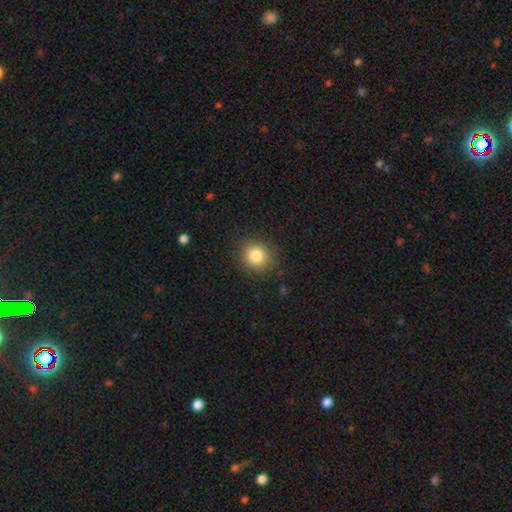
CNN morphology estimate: The model was most divided on "smooth or featured": smooth: 82%, star or artifact: 11%, featured or disk: 6%. More confident: how rounded — round (88%); merging — none (88%).